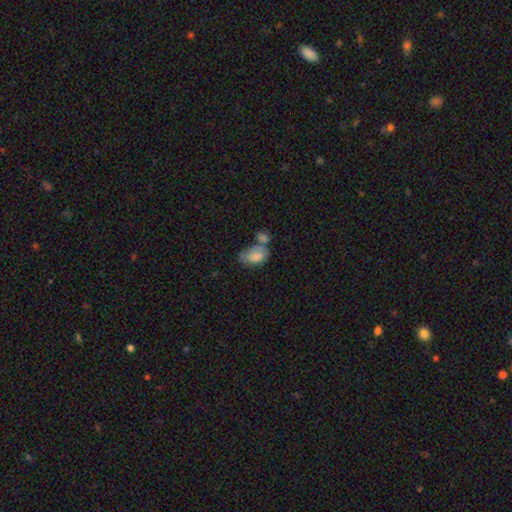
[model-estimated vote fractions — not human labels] The model was most divided on "merging": merger: 43%, none: 24%, minor disturbance: 20%, major disturbance: 14%. More confident: how rounded — in between (90%); smooth or featured — smooth (76%).